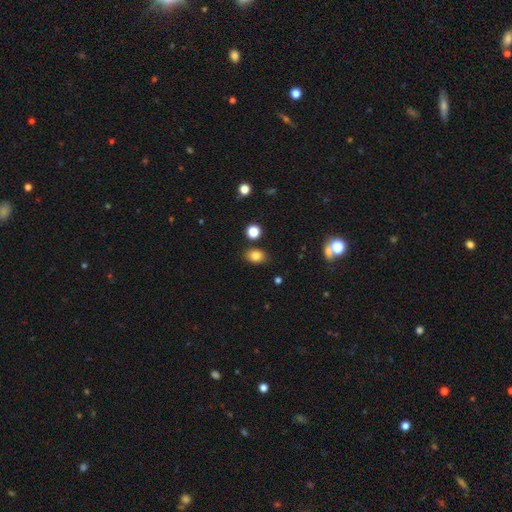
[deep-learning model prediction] This appears to be a smooth galaxy with no disk features (81%) that is in between round and cigar-shaped (76%). Merging: none (84%).